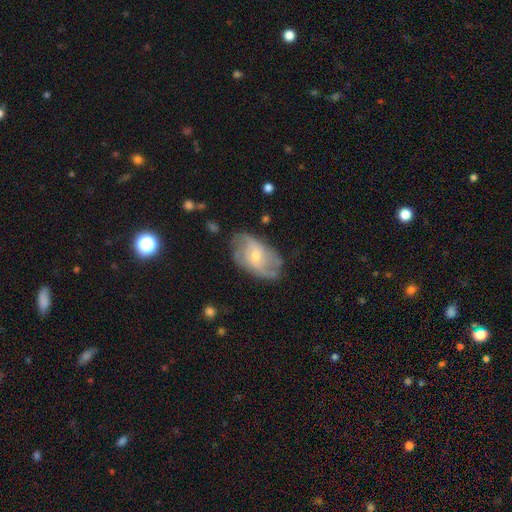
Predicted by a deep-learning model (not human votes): Q: Smooth or featured?
A: featured or disk (72%); runner-up: smooth (22%)
Q: Edge-on disk?
A: no (95%); runner-up: yes (5%)
Q: Bar?
A: no (53%); runner-up: weak (38%)
Q: Spiral arms?
A: yes (84%); runner-up: no (16%)
Q: Spiral winding?
A: medium (42%); runner-up: loose (34%)
Q: Spiral arm count?
A: 2 (51%); runner-up: can't tell (26%)
Q: Bulge size?
A: small (58%); runner-up: moderate (38%)
Q: Merging?
A: none (68%); runner-up: minor disturbance (22%)